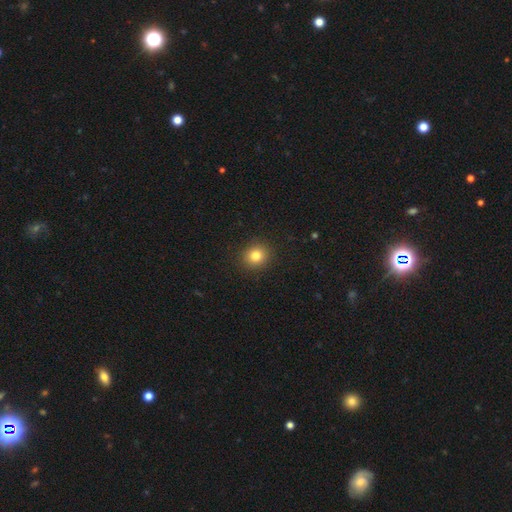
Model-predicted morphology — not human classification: smooth-or-featured: smooth: 81% | star or artifact: 12% | featured or disk: 7%
  how-rounded: round: 86% | in between: 13% | cigar-shaped: 1%
  merging: none: 91% | minor disturbance: 6% | major disturbance: 2% | merger: 1%